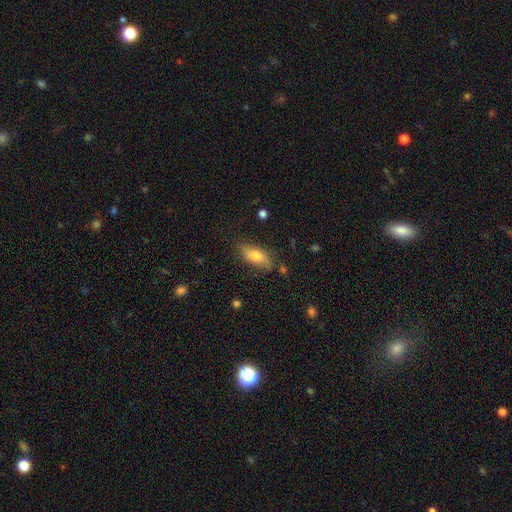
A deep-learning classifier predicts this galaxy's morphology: Q: Smooth or featured?
A: smooth (63%); runner-up: featured or disk (30%)
Q: How rounded?
A: in between (79%); runner-up: cigar-shaped (16%)
Q: Merging?
A: none (71%); runner-up: minor disturbance (21%)